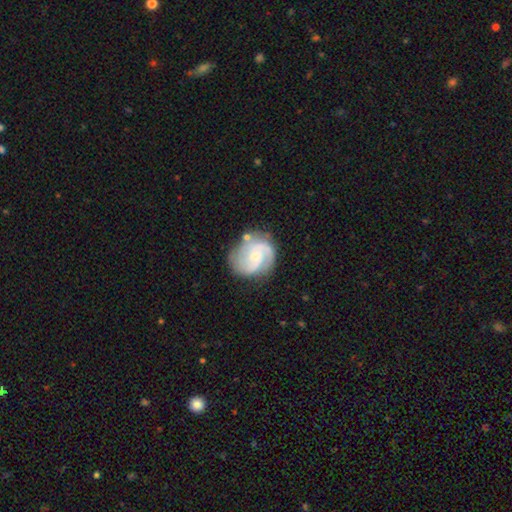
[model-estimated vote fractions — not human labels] This appears to be a featured or disk galaxy (81%) with no bar (48%), 2 (65%) medium (48%) spiral arms (96%) and a small central bulge (59%). Merging: none (67%).